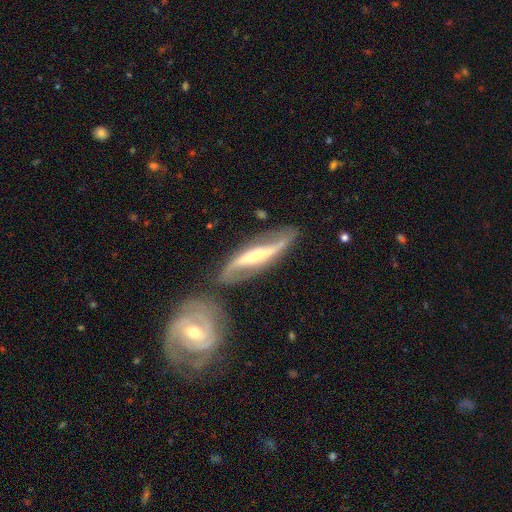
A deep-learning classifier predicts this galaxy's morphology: Overall: featured or disk (85%). Edge-on disk: no (75%). Bar: strong (53%; weak 24%). Spiral arms: yes (94%). Spiral arm count: 2 (91%). Spiral winding: loose (57%; medium 30%). Bulge size: small (51%; moderate 43%). Merging: none (64%).